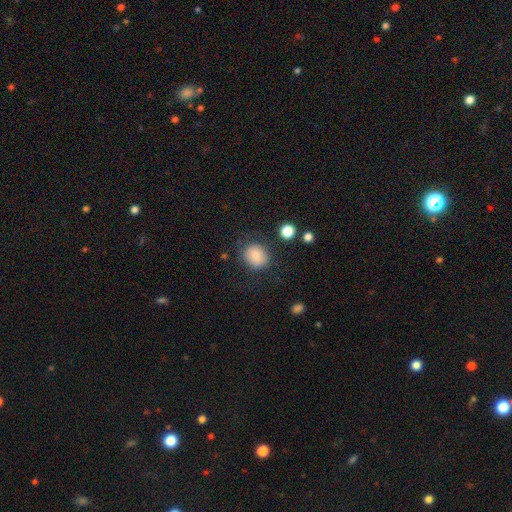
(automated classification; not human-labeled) Smooth or featured? smooth (83%)
How rounded? round (66%)
Merging? none (77%)